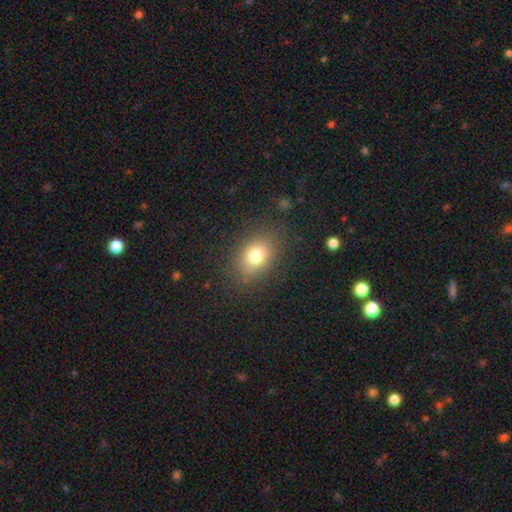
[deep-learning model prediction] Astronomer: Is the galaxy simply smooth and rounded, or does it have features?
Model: smooth — 75%.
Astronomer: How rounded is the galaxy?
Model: in between — 63%.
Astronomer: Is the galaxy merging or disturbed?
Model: none — 82%.